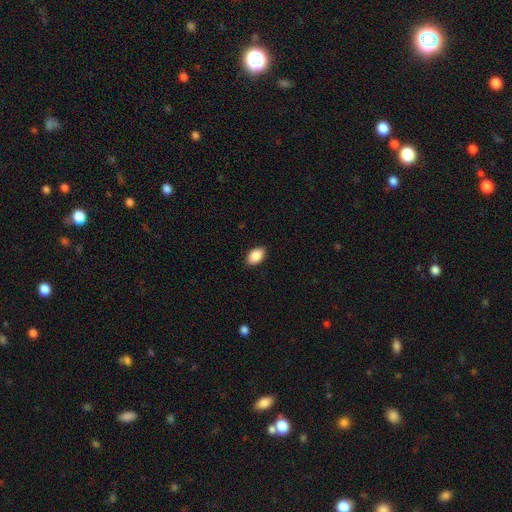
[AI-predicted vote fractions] smooth-or-featured: smooth: 88% | star or artifact: 7% | featured or disk: 5%
  how-rounded: in between: 92% | round: 7% | cigar-shaped: 2%
  merging: none: 88% | minor disturbance: 9% | major disturbance: 2% | merger: 1%